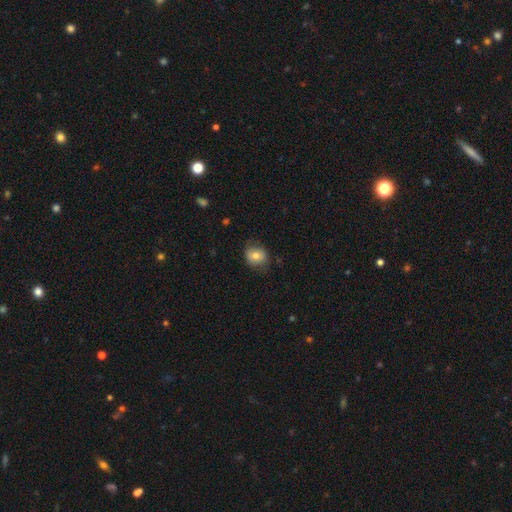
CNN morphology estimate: This appears to be a smooth galaxy with no disk features (75%) that is round (65%). Merging: none (74%).